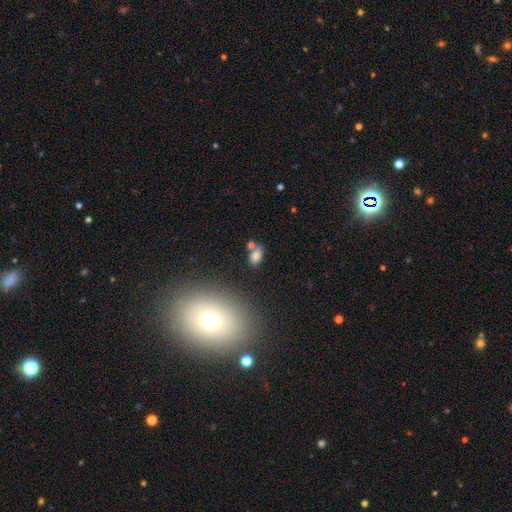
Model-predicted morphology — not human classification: A smooth galaxy with no disk features (77%) that is in between round and cigar-shaped (86%).

Vote fractions:
- Smooth or featured? smooth: 77% / star or artifact: 13% / featured or disk: 9%
- How rounded? in between: 86% / round: 12% / cigar-shaped: 3%
- Merging? none: 55% / merger: 24% / minor disturbance: 15% / major disturbance: 5%